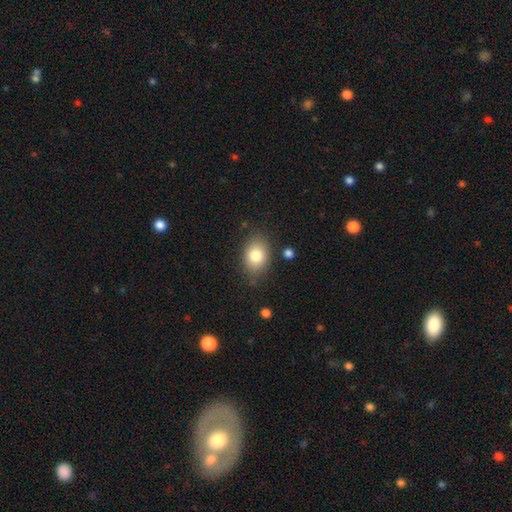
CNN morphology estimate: This appears to be a smooth galaxy with no disk features (81%) that is in between round and cigar-shaped (74%). Merging: none (81%).